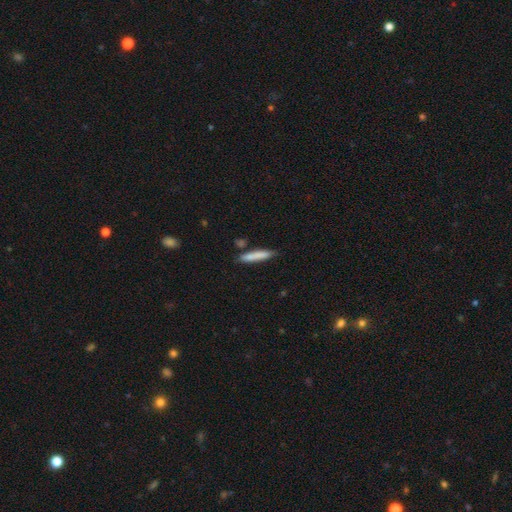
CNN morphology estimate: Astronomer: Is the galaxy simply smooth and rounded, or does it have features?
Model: smooth — 77%.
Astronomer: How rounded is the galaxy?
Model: cigar-shaped — 92%.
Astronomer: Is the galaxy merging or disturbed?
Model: none — 78%.